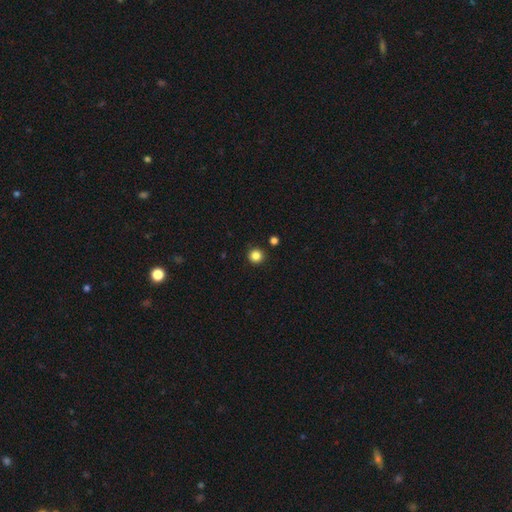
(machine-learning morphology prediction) This is clearly a smooth galaxy (85%). How rounded: clearly round (96%). Merging: clearly none (92%).